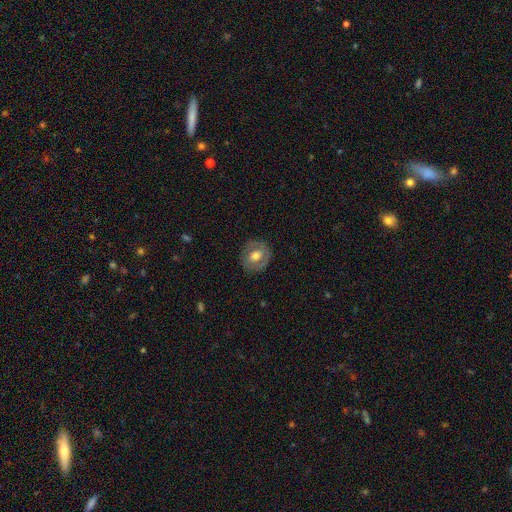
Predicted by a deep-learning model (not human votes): Smooth or featured: smooth — 48% (featured or disk — 46%)
Merging: none — 82% (minor disturbance — 12%)